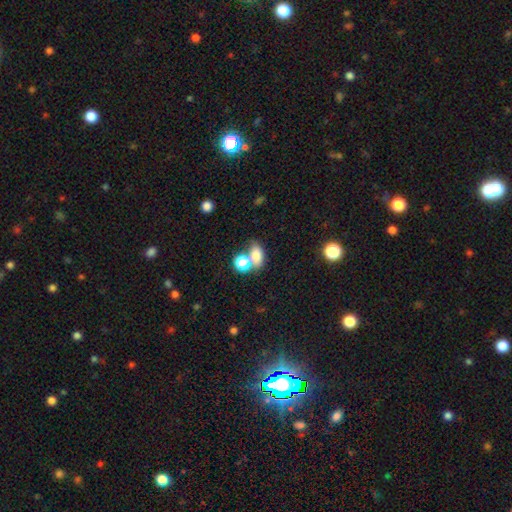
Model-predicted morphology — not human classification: smooth_or_featured: smooth (p=0.75) [alt: star or artifact p=0.14]
how_rounded: in between (p=0.78) [alt: round p=0.19]
merging: none (p=0.44) [alt: merger p=0.39]